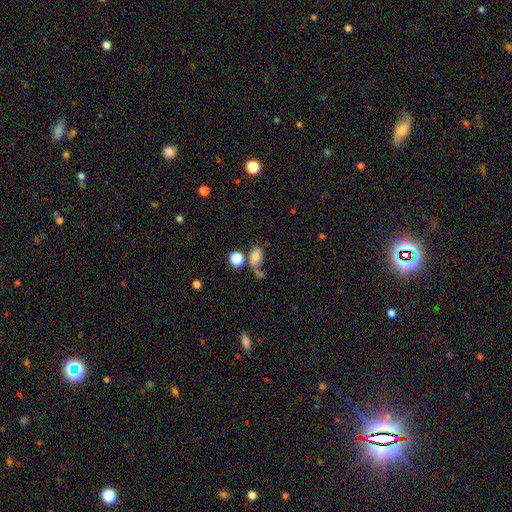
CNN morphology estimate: Smooth or featured? smooth (77%)
How rounded? in between (80%)
Merging? none (42%)